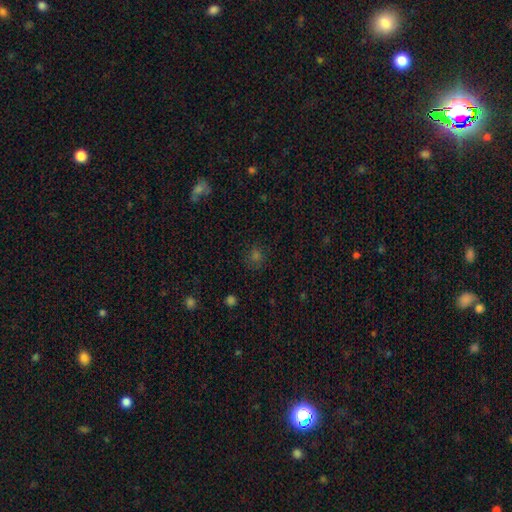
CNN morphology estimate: Smooth or featured: smooth — 55% (star or artifact — 35%)
How rounded: round — 80% (in between — 19%)
Merging: none — 80% (minor disturbance — 12%)